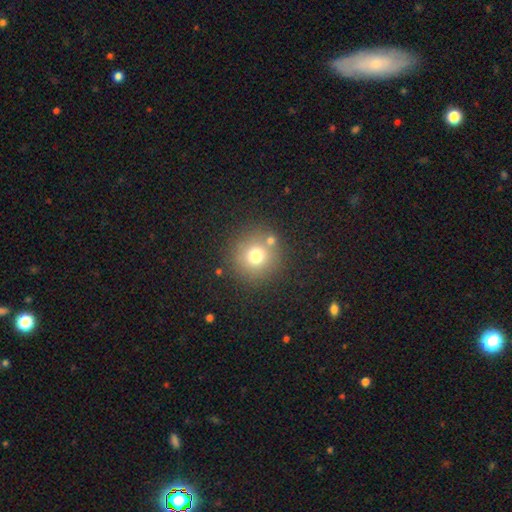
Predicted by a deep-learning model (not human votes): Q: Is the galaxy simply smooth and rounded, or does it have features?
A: smooth — 72%.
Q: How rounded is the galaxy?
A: round — 94%.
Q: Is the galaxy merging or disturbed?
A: none — 78%.